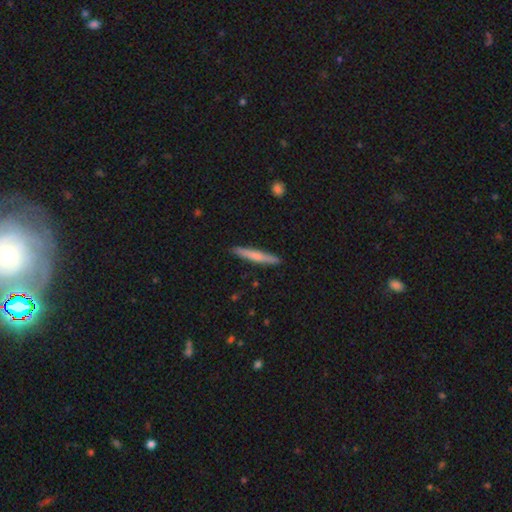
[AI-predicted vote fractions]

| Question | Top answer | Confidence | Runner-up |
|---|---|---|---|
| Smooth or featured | smooth | 66% | featured or disk (29%) |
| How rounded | cigar-shaped | 95% | in between (4%) |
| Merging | none | 90% | minor disturbance (7%) |